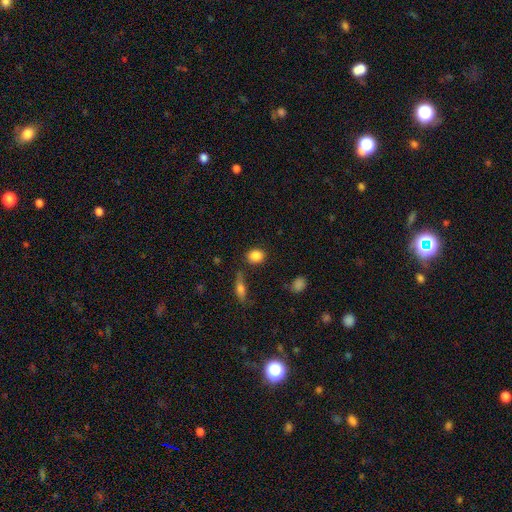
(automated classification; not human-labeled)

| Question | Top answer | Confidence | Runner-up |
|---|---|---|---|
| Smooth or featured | smooth | 86% | star or artifact (8%) |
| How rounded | round | 57% | in between (40%) |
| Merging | none | 79% | minor disturbance (12%) |